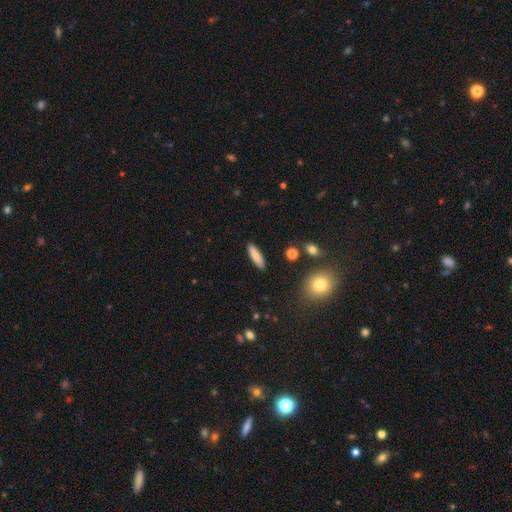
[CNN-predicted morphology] The model was most divided on "how rounded": cigar-shaped: 67%, in between: 31%, round: 2%. More confident: merging — none (89%); smooth or featured — smooth (80%).